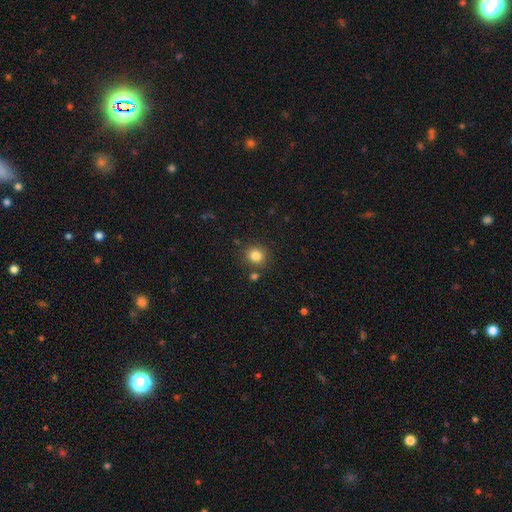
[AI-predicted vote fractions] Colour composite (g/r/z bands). It shows a smooth galaxy with no disk features (83%) that is round (84%). Merging: none (83%).